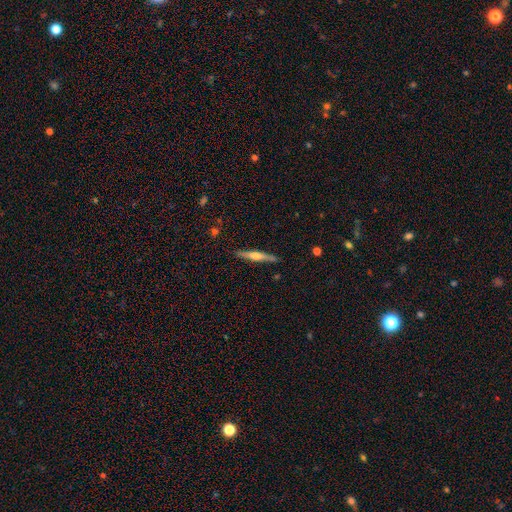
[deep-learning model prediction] The model was most divided on "smooth or featured": featured or disk: 62%, smooth: 32%, star or artifact: 6%. More confident: edge-on disk — yes (97%); merging — none (88%); edge-on bulge — rounded (83%).